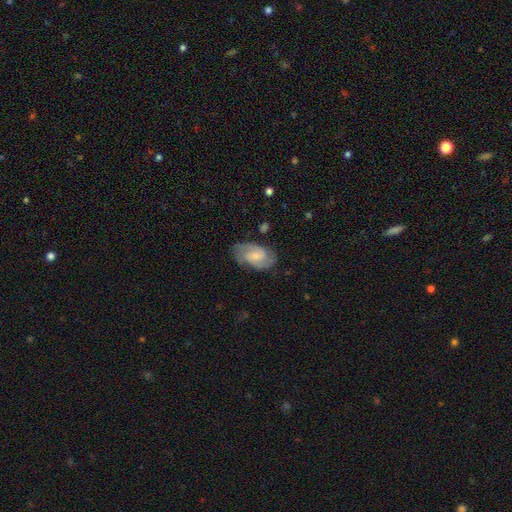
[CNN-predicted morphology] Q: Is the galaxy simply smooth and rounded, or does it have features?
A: featured or disk — 72%.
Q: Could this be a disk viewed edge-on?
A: no — 97%.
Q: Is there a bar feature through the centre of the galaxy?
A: weak — 48%.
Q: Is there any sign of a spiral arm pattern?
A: yes — 93%.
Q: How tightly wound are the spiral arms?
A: medium — 49%.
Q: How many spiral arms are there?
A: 2 — 78%.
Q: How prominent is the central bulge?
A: small — 56%.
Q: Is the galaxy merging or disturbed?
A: none — 75%.